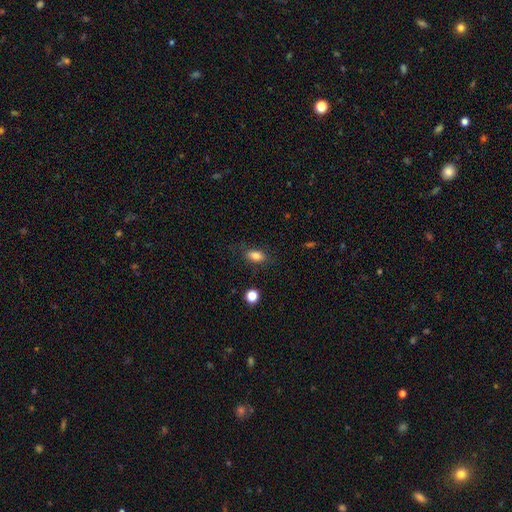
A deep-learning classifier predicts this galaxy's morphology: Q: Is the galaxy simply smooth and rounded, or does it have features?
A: smooth — 82%.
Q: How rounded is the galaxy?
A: in between — 84%.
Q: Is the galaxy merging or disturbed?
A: none — 80%.